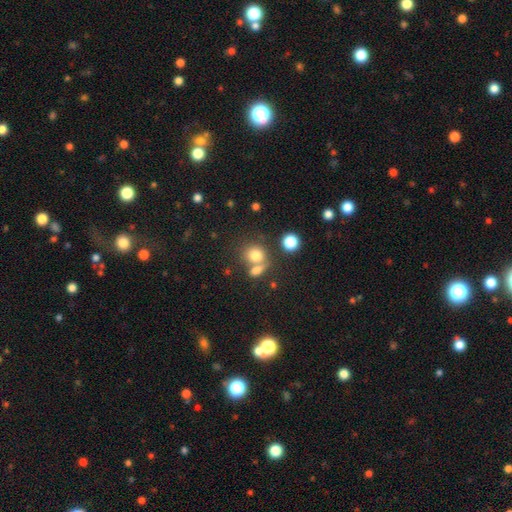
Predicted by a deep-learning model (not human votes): smooth_or_featured: smooth (p=0.76) [alt: star or artifact p=0.13]
how_rounded: round (p=0.72) [alt: in between p=0.27]
merging: none (p=0.46) [alt: merger p=0.40]